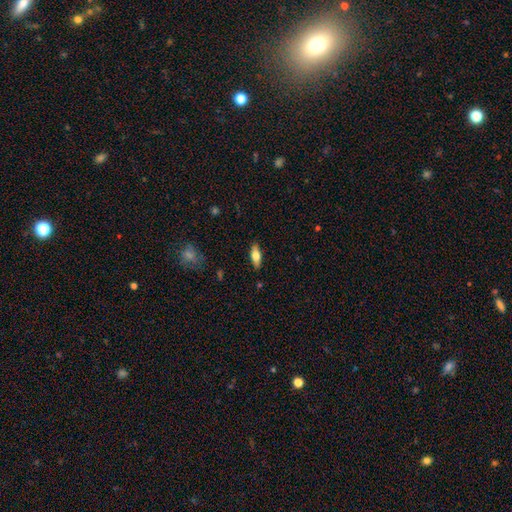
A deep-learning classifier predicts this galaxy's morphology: Smooth or featured? Predicted: smooth (p=0.65). How rounded? Predicted: in between (p=0.69). Merging? Predicted: none (p=0.86).